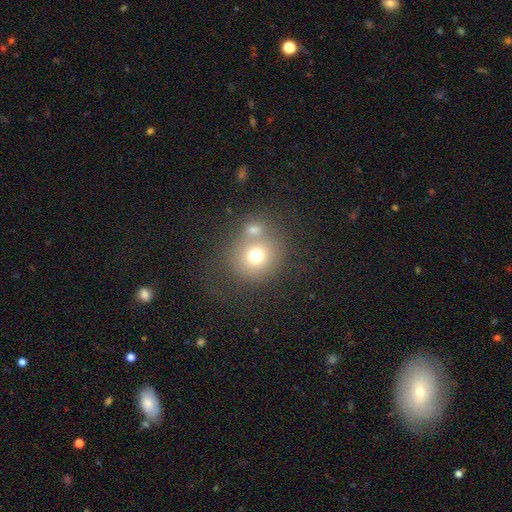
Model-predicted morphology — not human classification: The model was most divided on "merging": none: 51%, merger: 30%, minor disturbance: 11%, major disturbance: 8%. More confident: how rounded — round (85%); smooth or featured — smooth (69%).